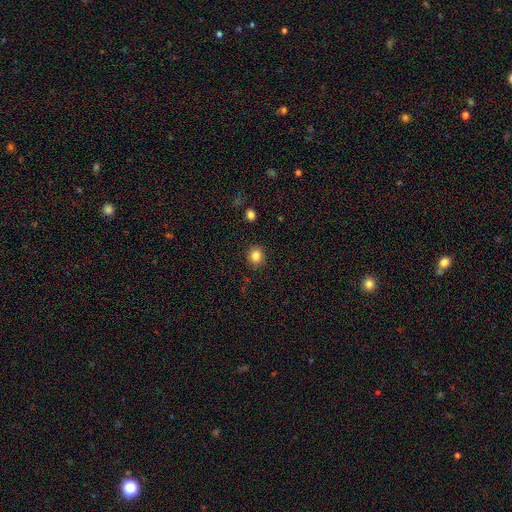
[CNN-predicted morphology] smooth-or-featured: smooth: 84% | star or artifact: 11% | featured or disk: 5%
  how-rounded: round: 81% | in between: 18% | cigar-shaped: 1%
  merging: none: 90% | minor disturbance: 7% | major disturbance: 2% | merger: 1%